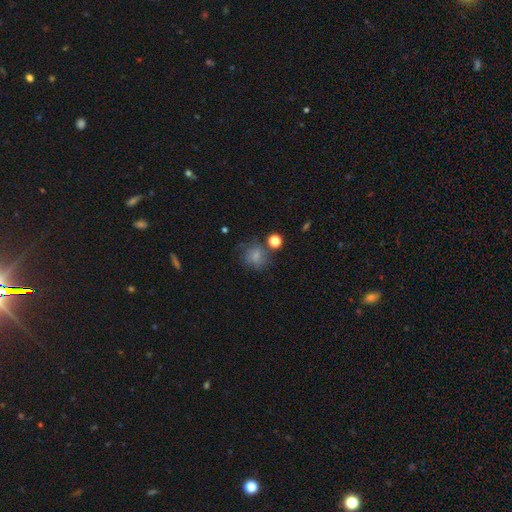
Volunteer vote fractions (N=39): This appears to be a smooth galaxy with no disk features (64%) that is in between round and cigar-shaped (52%). Merging: none (33%).